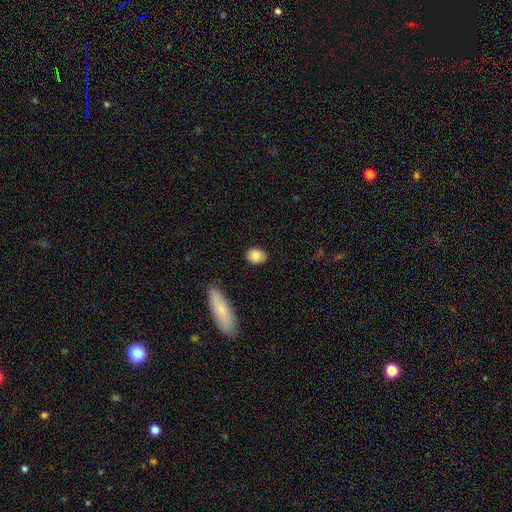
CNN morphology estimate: This appears to be a smooth galaxy with no disk features (83%) that is in between round and cigar-shaped (64%). Merging: none (87%).